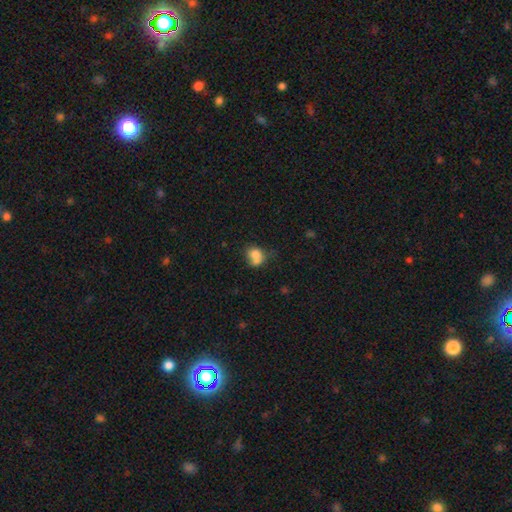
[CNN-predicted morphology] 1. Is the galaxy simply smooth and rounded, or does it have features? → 76% smooth, 13% featured or disk, 11% star or artifact.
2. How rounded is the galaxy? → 56% round, 43% in between, 1% cigar-shaped.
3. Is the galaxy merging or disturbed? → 40% merger, 32% none, 18% minor disturbance, 10% major disturbance.